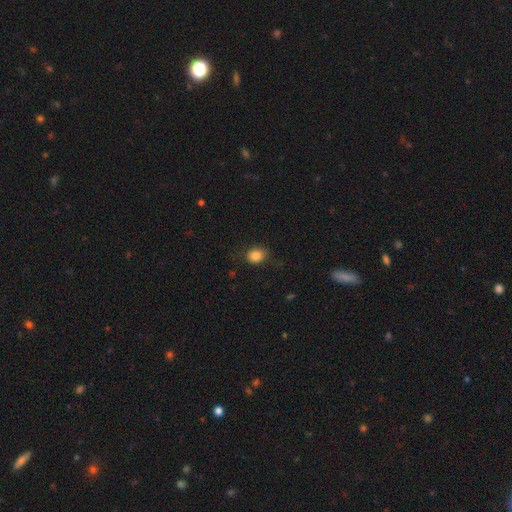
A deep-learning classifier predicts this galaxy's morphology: smooth_or_featured: smooth (p=0.84) [alt: star or artifact p=0.10]
how_rounded: round (p=0.53) [alt: in between p=0.46]
merging: none (p=0.77) [alt: minor disturbance p=0.17]